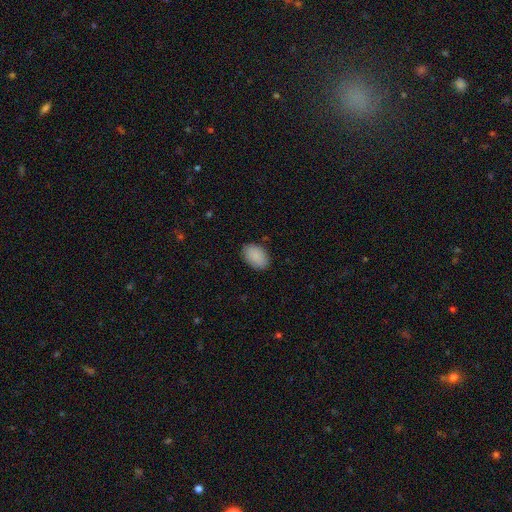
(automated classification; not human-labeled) Smooth or featured? Predicted: smooth (p=0.90). How rounded? Predicted: in between (p=0.89). Merging? Predicted: none (p=0.86).